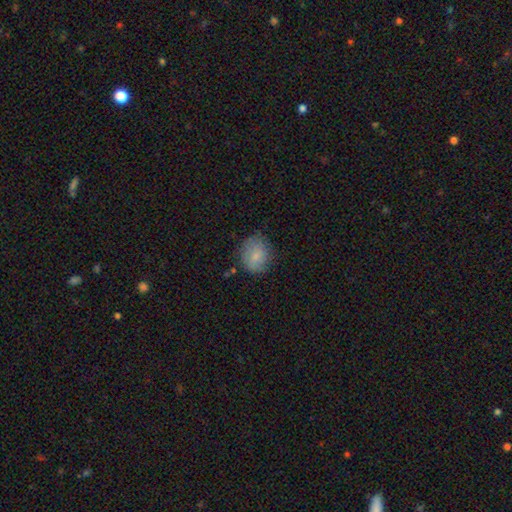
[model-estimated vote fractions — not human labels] The model was most divided on "how rounded": round: 61%, in between: 38%, cigar-shaped: 1%. More confident: smooth or featured — smooth (81%); merging — none (73%).